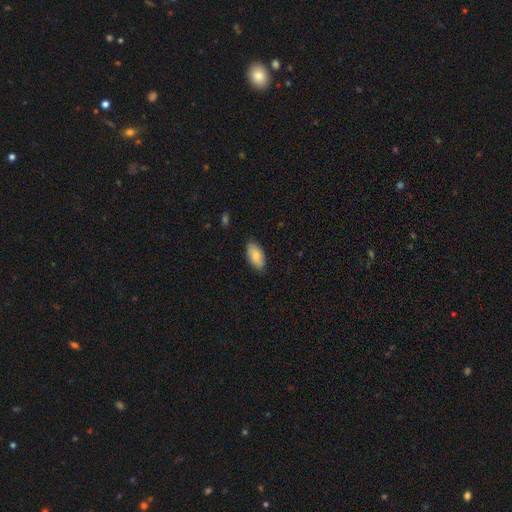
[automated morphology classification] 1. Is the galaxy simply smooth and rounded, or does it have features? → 77% smooth, 17% featured or disk, 6% star or artifact.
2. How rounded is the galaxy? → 94% in between, 3% cigar-shaped, 3% round.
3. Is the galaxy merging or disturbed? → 84% none, 13% minor disturbance, 2% major disturbance, 1% merger.